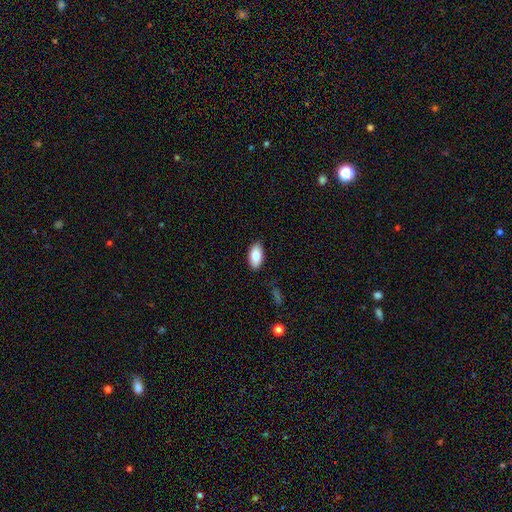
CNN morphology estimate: Overall: smooth (87%). How rounded: in between (94%). Merging: none (87%).